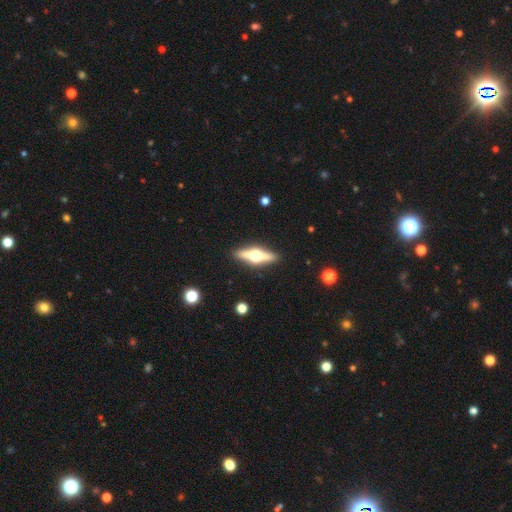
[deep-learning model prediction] Q: Smooth or featured?
A: featured or disk (72%); runner-up: smooth (22%)
Q: Edge-on disk?
A: yes (97%); runner-up: no (3%)
Q: Edge-on bulge?
A: rounded (96%); runner-up: boxy (3%)
Q: Merging?
A: none (90%); runner-up: minor disturbance (7%)